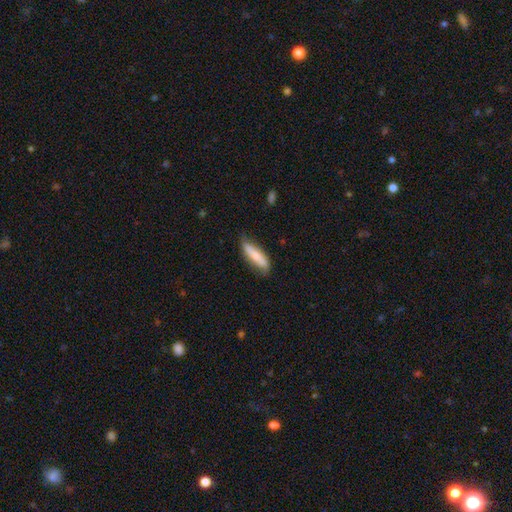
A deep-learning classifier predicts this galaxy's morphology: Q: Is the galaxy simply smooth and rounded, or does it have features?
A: smooth — 72%.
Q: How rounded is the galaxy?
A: cigar-shaped — 65%.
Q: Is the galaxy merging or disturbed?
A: none — 72%.